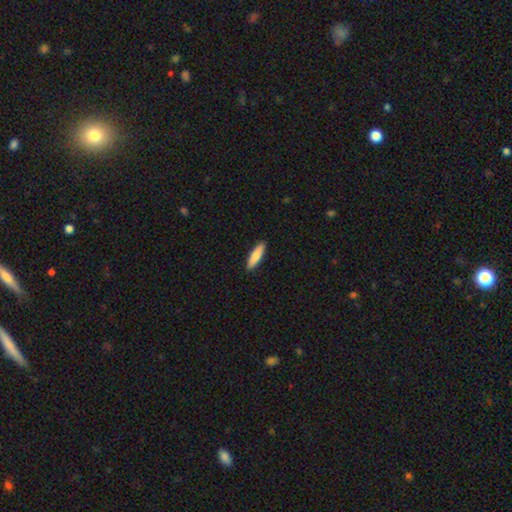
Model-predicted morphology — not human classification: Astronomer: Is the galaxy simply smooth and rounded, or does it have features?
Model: smooth — 83%.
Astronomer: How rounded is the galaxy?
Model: cigar-shaped — 72%.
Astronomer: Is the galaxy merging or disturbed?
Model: none — 91%.